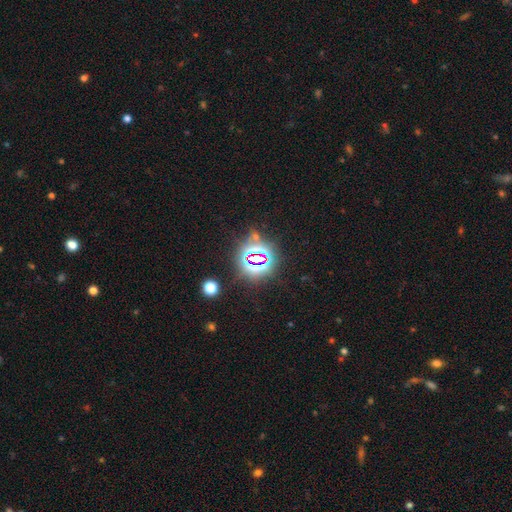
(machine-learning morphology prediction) Smooth or featured?
  - star or artifact: 73% *
  - smooth: 18%
  - featured or disk: 9%